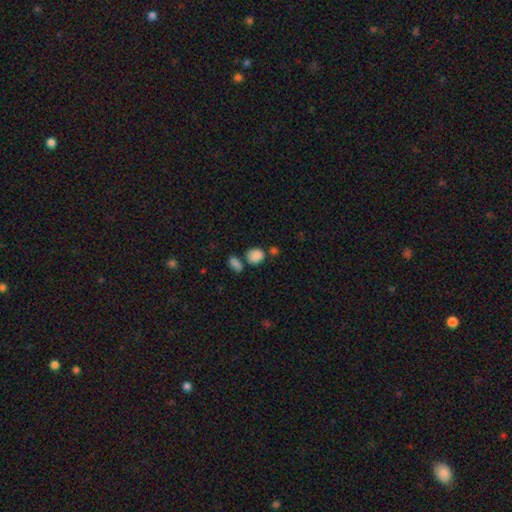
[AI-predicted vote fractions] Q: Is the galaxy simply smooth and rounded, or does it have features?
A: smooth — 85%.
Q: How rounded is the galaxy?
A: round — 53%.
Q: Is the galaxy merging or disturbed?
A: none — 59%.